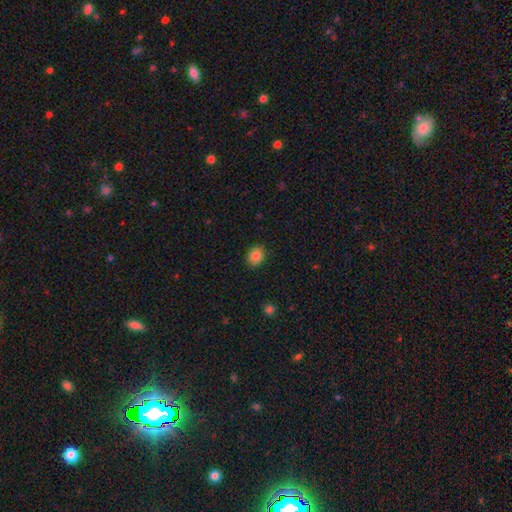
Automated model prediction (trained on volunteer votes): Smooth or featured? Predicted: smooth (p=0.84). How rounded? Predicted: round (p=0.56). Merging? Predicted: none (p=0.89).